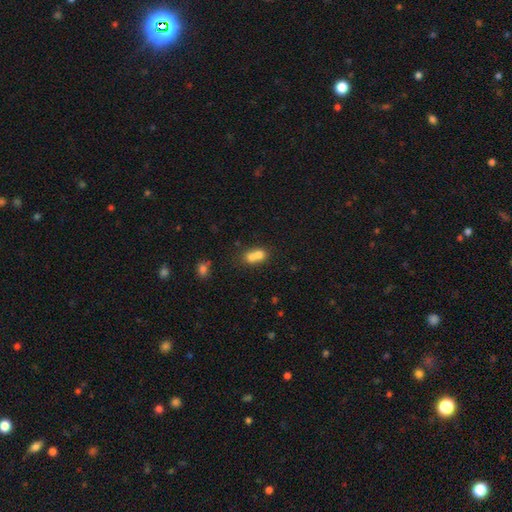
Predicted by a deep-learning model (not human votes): Morphology: type=smooth (70%); roundness=round (58%); merging=merger (68%).